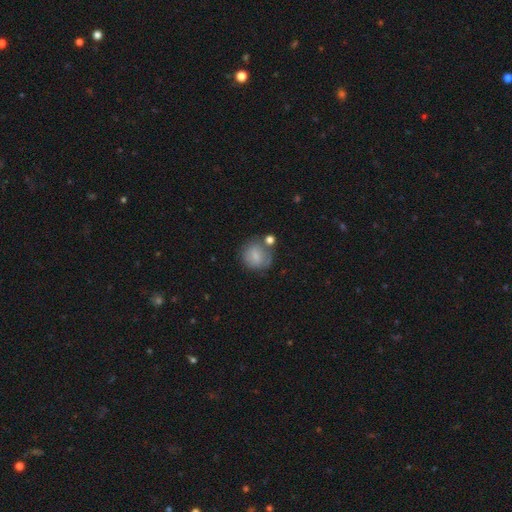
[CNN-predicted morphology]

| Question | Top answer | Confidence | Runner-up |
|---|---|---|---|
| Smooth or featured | smooth | 72% | featured or disk (19%) |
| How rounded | round | 81% | in between (18%) |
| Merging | none | 56% | minor disturbance (20%) |